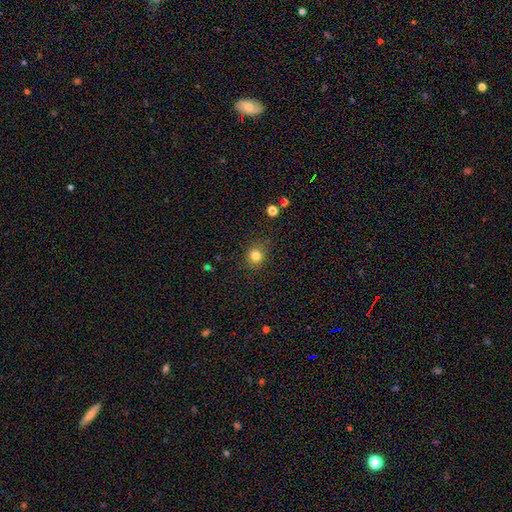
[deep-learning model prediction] Morphology: type=smooth (81%); roundness=round (84%); merging=none (87%).